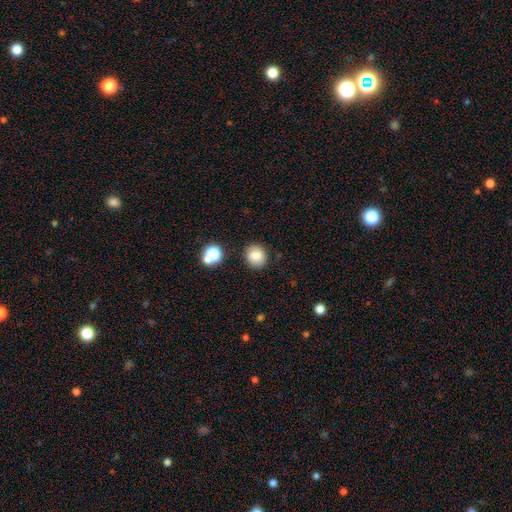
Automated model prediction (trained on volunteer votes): Morphology: type=smooth (82%); roundness=round (81%); merging=none (85%).